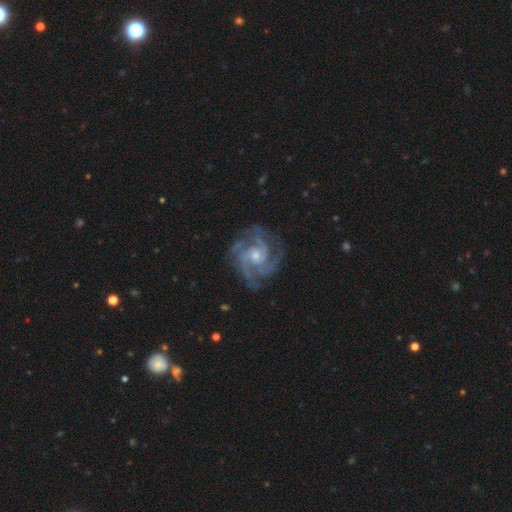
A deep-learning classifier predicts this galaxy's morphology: A featured or disk galaxy (92%) with no bar (65%), 3 (45%) tight (58%) spiral arms (98%) and a small central bulge (56%). Merging: none (78%).